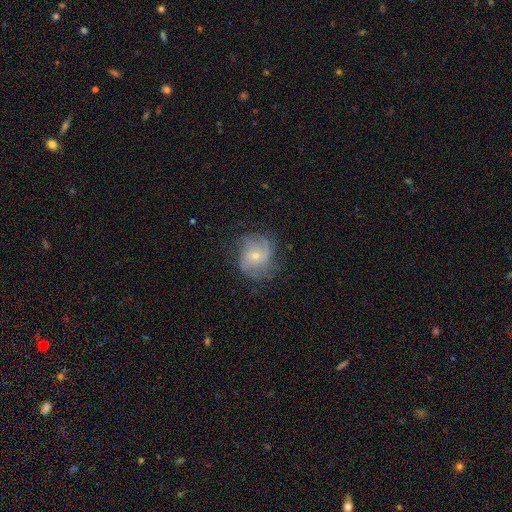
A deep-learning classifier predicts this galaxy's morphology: This appears to be a featured or disk galaxy (64%) with no bar (68%), 2 (33%) medium (43%) spiral arms (87%) and a small central bulge (64%). Merging: none (66%).